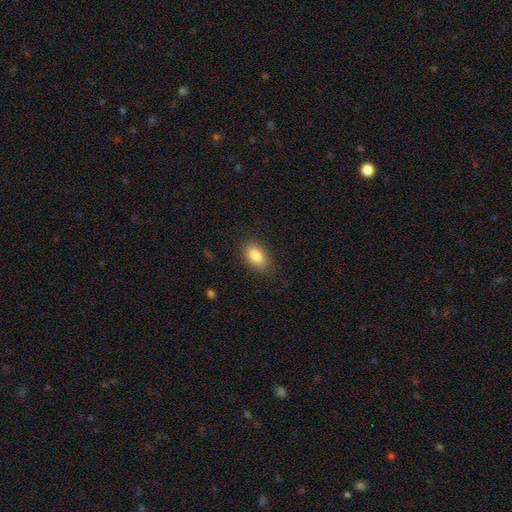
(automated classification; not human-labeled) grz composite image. It shows a smooth galaxy with no disk features (85%) that is in between round and cigar-shaped (86%). Merging: none (84%).